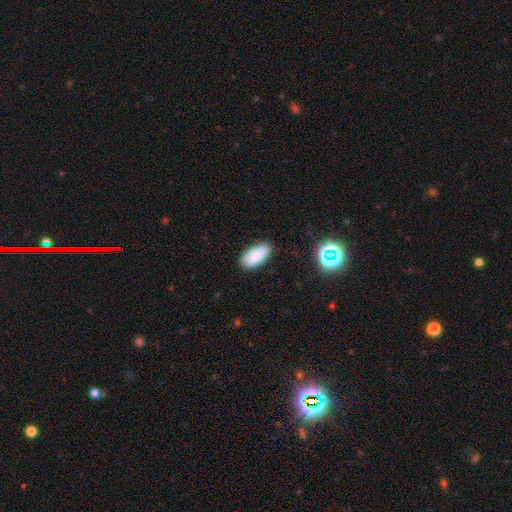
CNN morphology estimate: A smooth galaxy with no disk features (87%) that is in between round and cigar-shaped (94%).

Vote fractions:
- Smooth or featured? smooth: 87% / star or artifact: 8% / featured or disk: 6%
- How rounded? in between: 94% / cigar-shaped: 4% / round: 2%
- Merging? none: 87% / minor disturbance: 10% / major disturbance: 2% / merger: 1%